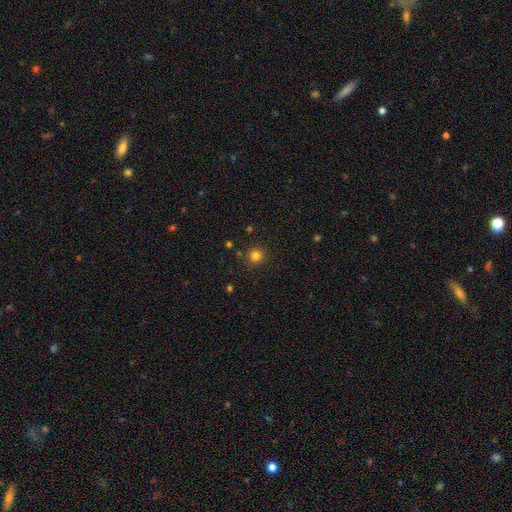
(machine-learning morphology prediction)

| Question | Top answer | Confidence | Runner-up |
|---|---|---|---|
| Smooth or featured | smooth | 81% | star or artifact (14%) |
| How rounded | round | 94% | in between (5%) |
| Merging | none | 90% | minor disturbance (6%) |